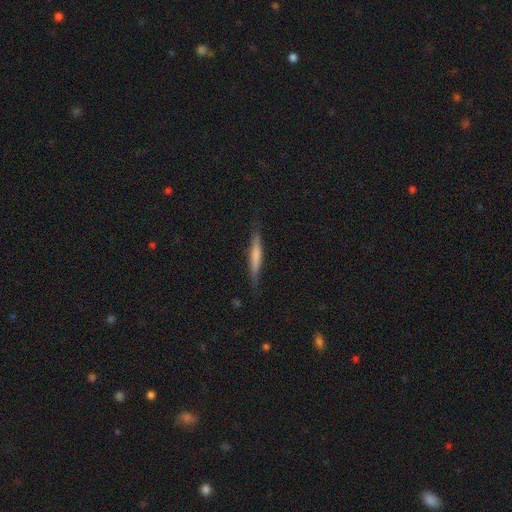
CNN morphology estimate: This appears to be a smooth galaxy with no disk features (57%) that is cigar-shaped (94%). Merging: none (84%).